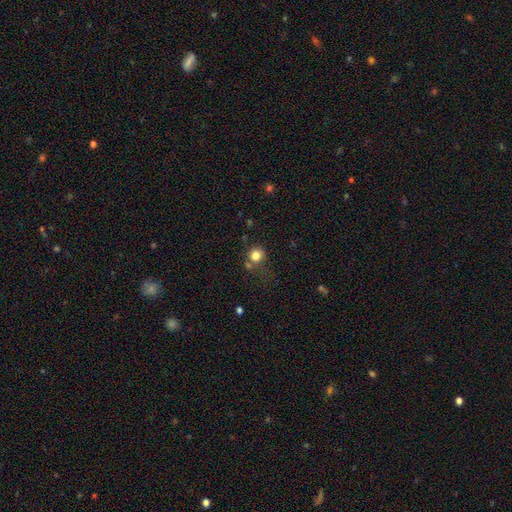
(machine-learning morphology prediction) Q: Smooth or featured?
A: smooth (81%); runner-up: star or artifact (13%)
Q: How rounded?
A: round (88%); runner-up: in between (11%)
Q: Merging?
A: none (64%); runner-up: minor disturbance (15%)